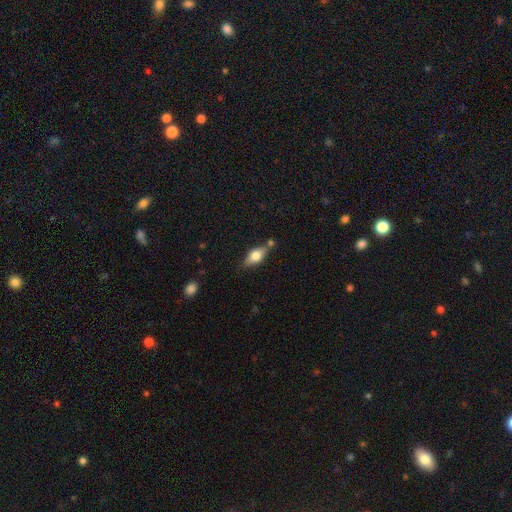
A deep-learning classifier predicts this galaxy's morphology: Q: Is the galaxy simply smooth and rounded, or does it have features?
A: smooth — 62%.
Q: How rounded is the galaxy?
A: in between — 79%.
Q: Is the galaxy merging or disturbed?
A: none — 67%.